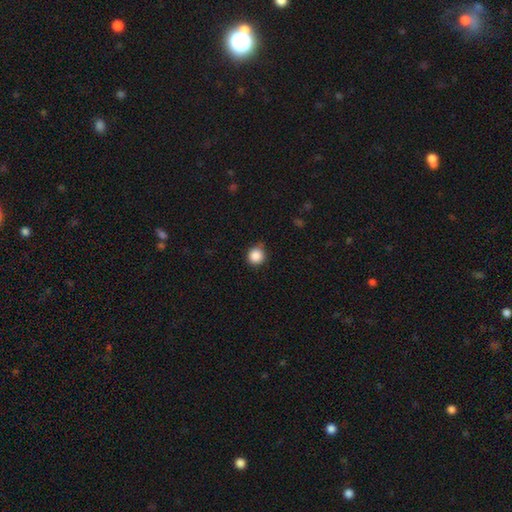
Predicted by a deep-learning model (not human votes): Q: Smooth or featured?
A: smooth (87%); runner-up: star or artifact (10%)
Q: How rounded?
A: round (93%); runner-up: in between (6%)
Q: Merging?
A: none (80%); runner-up: minor disturbance (16%)